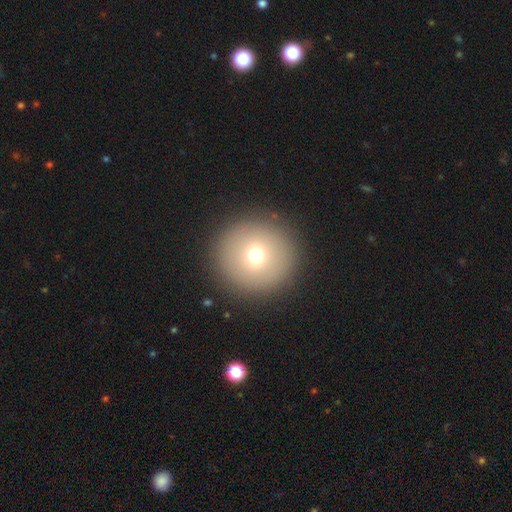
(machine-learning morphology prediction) Smooth or featured? smooth (72%)
How rounded? round (96%)
Merging? none (92%)